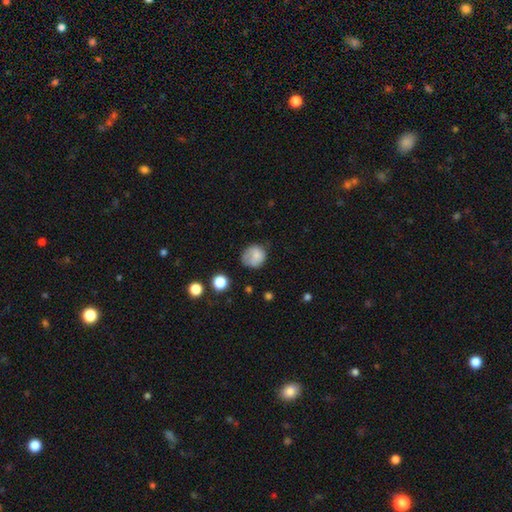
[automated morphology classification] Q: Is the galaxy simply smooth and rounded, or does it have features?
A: smooth — 78%.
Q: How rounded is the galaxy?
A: round — 78%.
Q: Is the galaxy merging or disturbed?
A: none — 59%.